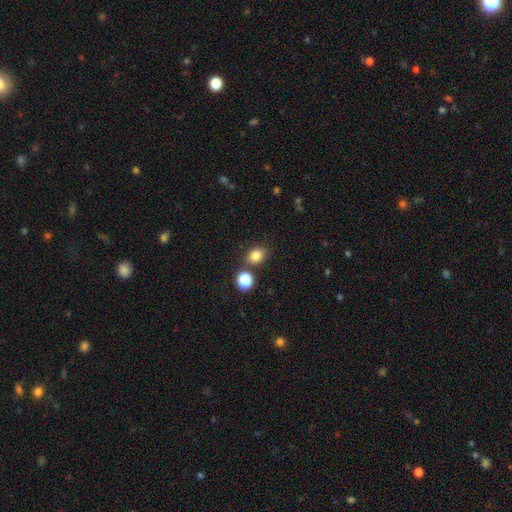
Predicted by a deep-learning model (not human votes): Smooth or featured? smooth (81%)
How rounded? round (50%)
Merging? none (74%)